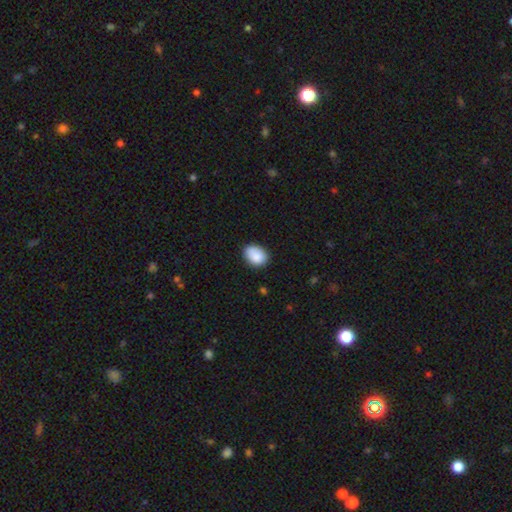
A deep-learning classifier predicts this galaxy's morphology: This appears to be a smooth galaxy with no disk features (88%) that is in between round and cigar-shaped (72%). Merging: none (80%).